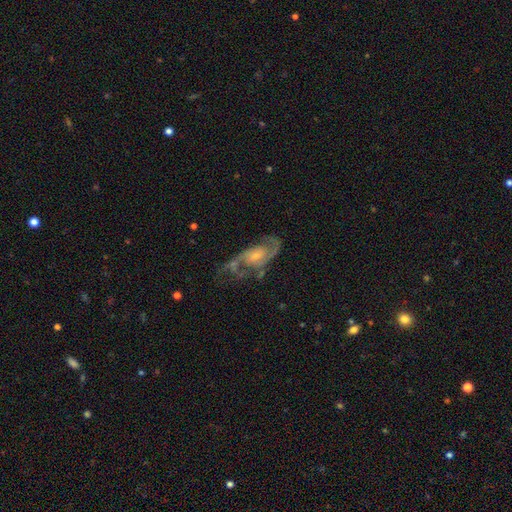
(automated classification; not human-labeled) Smooth or featured?
  - featured or disk: 85% *
  - smooth: 8%
  - star or artifact: 7%
Edge-on disk?
  - no: 95% *
  - yes: 5%
Bar?
  - no: 59% *
  - weak: 33%
  - strong: 8%
Spiral arms?
  - yes: 95% *
  - no: 5%
Spiral winding?
  - medium: 51% *
  - tight: 28%
  - loose: 21%
Spiral arm count?
  - 2: 80% *
  - can't tell: 8%
  - 3: 5%
  - 1: 3%
  - 4: 2%
  - more than 4: 2%
Bulge size?
  - small: 59% *
  - moderate: 32%
  - none: 5%
  - large: 3%
  - dominant: 1%
Merging?
  - none: 57% *
  - minor disturbance: 22%
  - major disturbance: 18%
  - merger: 4%